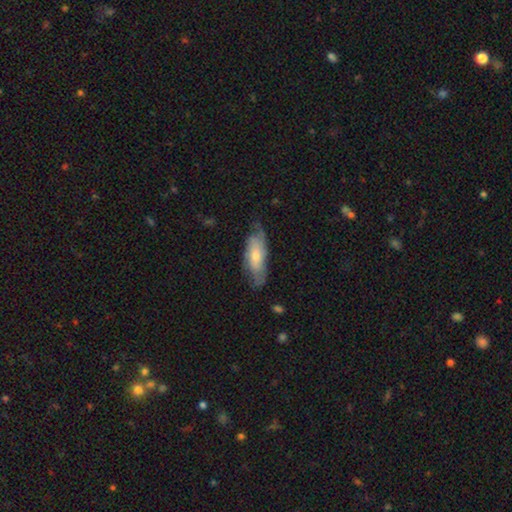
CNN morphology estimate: A featured or disk galaxy (50%).

Vote fractions:
- Smooth or featured? featured or disk: 50% / smooth: 45% / star or artifact: 6%
- Merging? none: 61% / minor disturbance: 26% / major disturbance: 11% / merger: 2%